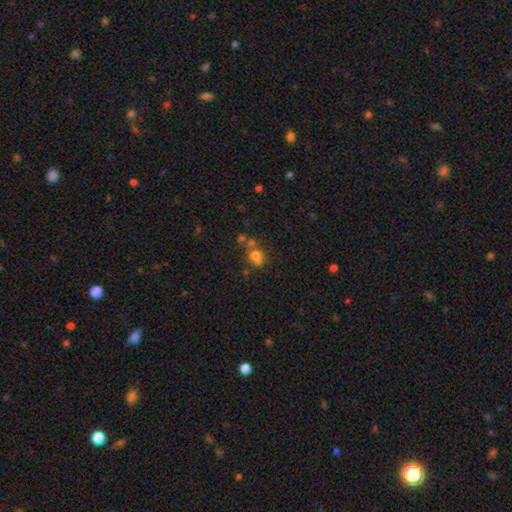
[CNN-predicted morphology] Overall: smooth (66%). How rounded: round (59%; in between 39%). Merging: merger (43%; none 37%).